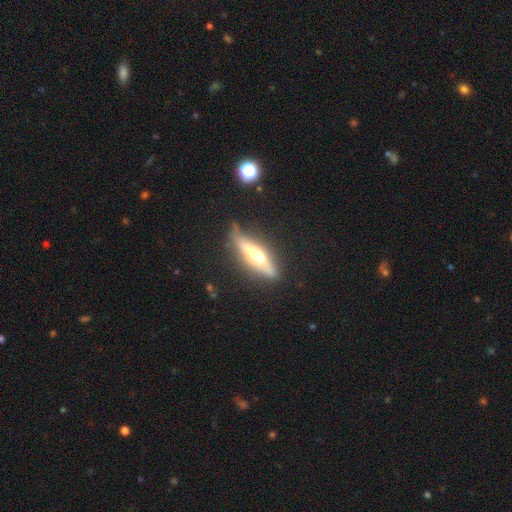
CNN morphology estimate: The model was most divided on "smooth or featured": featured or disk: 58%, smooth: 36%, star or artifact: 7%. More confident: edge-on disk — yes (86%); merging — none (74%).